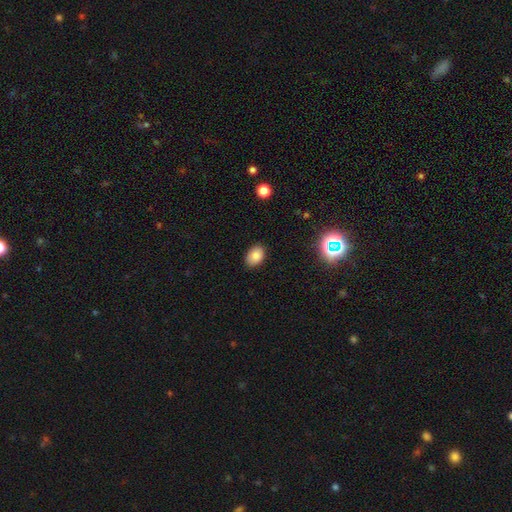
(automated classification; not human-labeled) Smooth or featured? Predicted: smooth (p=0.81). How rounded? Predicted: in between (p=0.83). Merging? Predicted: none (p=0.86).